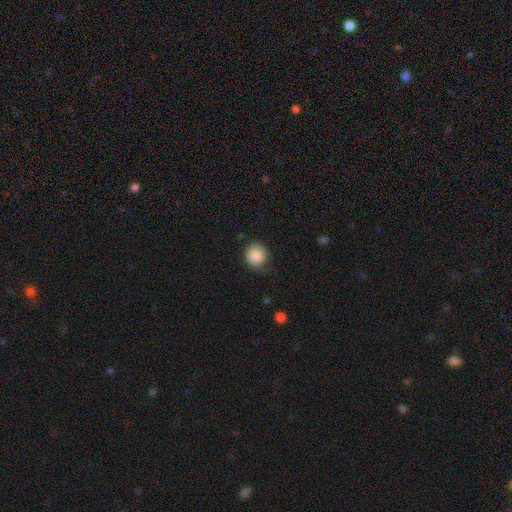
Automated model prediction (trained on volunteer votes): The model was most divided on "merging": none: 71%, minor disturbance: 22%, major disturbance: 6%, merger: 1%. More confident: smooth or featured — smooth (88%); how rounded — round (86%).